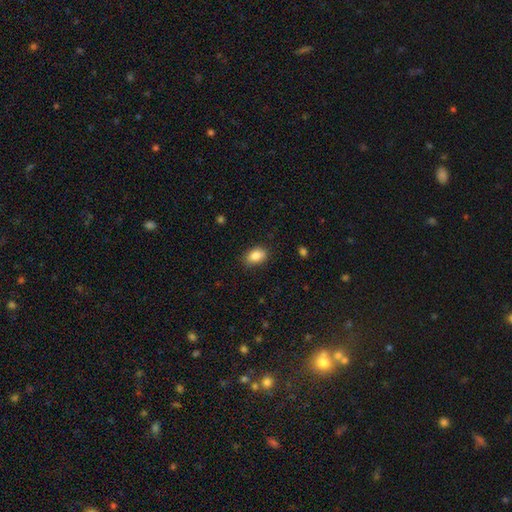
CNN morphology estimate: A smooth galaxy with no disk features (86%) that is in between round and cigar-shaped (86%). Merging: none (85%).